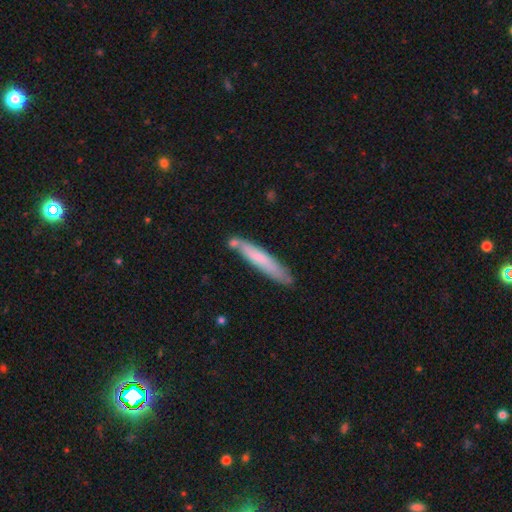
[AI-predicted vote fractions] Smooth or featured? Predicted: smooth (p=0.67). How rounded? Predicted: cigar-shaped (p=0.93). Merging? Predicted: none (p=0.72).